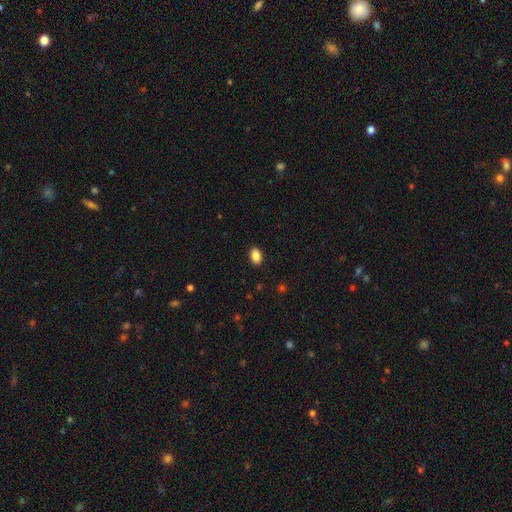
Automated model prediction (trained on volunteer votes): Smooth or featured? Predicted: smooth (p=0.88). How rounded? Predicted: in between (p=0.88). Merging? Predicted: none (p=0.89).